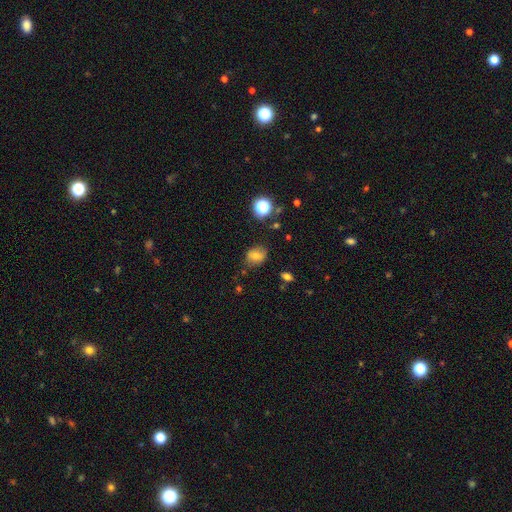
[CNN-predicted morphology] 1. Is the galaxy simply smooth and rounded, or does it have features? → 70% smooth, 15% featured or disk, 15% star or artifact.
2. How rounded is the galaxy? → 53% round, 46% in between, 1% cigar-shaped.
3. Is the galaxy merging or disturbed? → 75% none, 18% minor disturbance, 5% major disturbance, 2% merger.